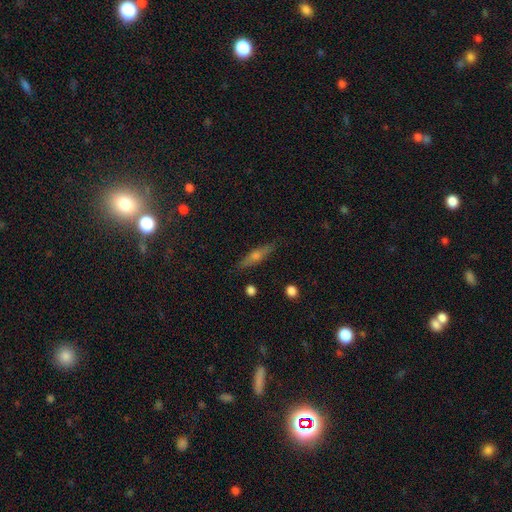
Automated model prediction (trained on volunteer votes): Q: Smooth or featured?
A: featured or disk (55%); runner-up: smooth (36%)
Q: Edge-on disk?
A: yes (93%); runner-up: no (7%)
Q: Edge-on bulge?
A: rounded (86%); runner-up: none (9%)
Q: Merging?
A: none (88%); runner-up: minor disturbance (9%)